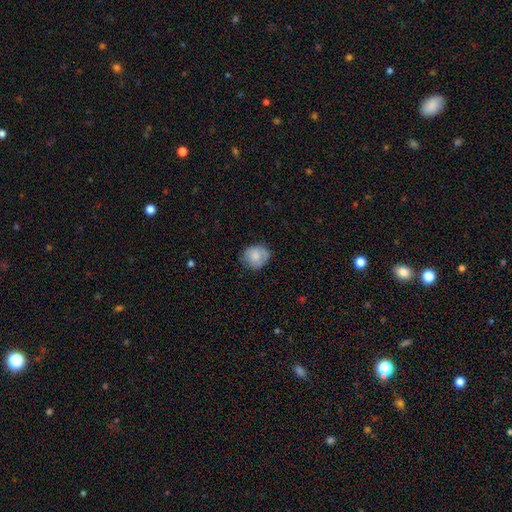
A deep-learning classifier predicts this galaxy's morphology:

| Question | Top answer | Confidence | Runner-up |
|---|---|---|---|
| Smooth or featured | smooth | 78% | featured or disk (15%) |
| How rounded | round | 75% | in between (24%) |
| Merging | none | 69% | minor disturbance (25%) |